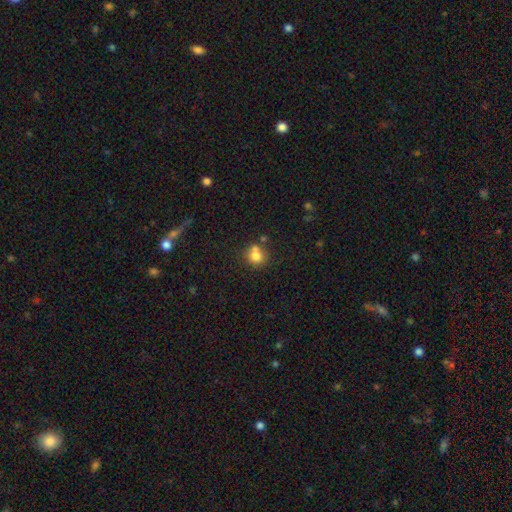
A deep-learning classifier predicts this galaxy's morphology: This is likely a smooth galaxy (76%). How rounded: clearly round (83%). Merging: possibly none (49%).